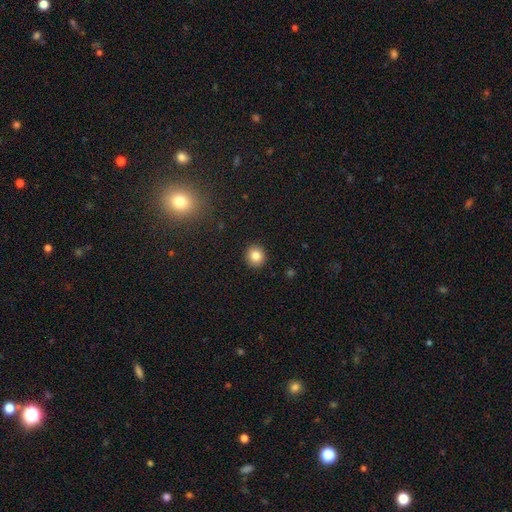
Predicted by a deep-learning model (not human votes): This is clearly a smooth galaxy (83%). How rounded: clearly round (89%). Merging: clearly none (92%).